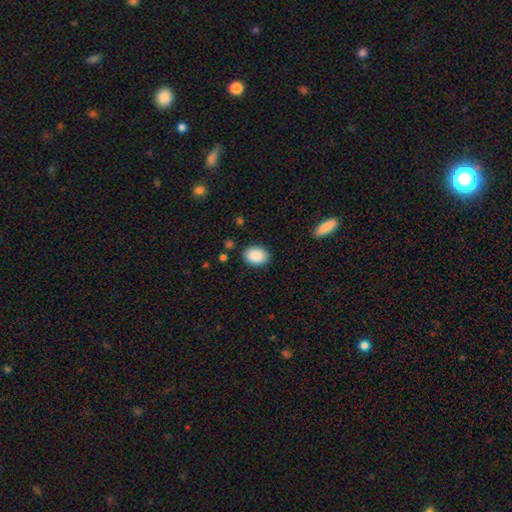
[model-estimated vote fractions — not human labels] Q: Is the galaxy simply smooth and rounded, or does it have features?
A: smooth — 89%.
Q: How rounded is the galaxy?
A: in between — 70%.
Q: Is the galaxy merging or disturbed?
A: none — 86%.